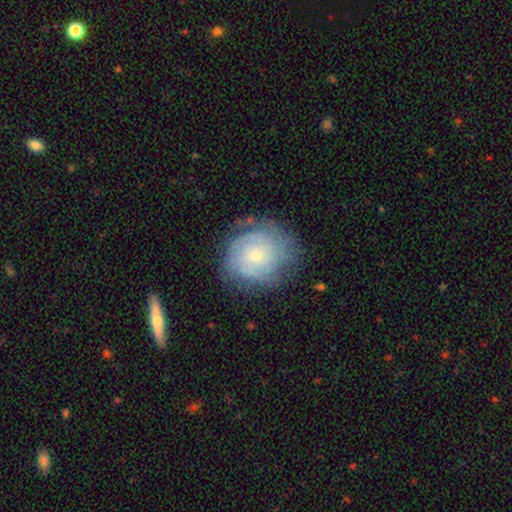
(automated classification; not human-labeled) Overall: featured or disk (70%). Edge-on disk: no (97%). Bar: no (80%). Spiral arms: yes (89%). Spiral arm count: can't tell (46%; 3 17%). Spiral winding: tight (70%). Bulge size: small (68%). Merging: none (68%).